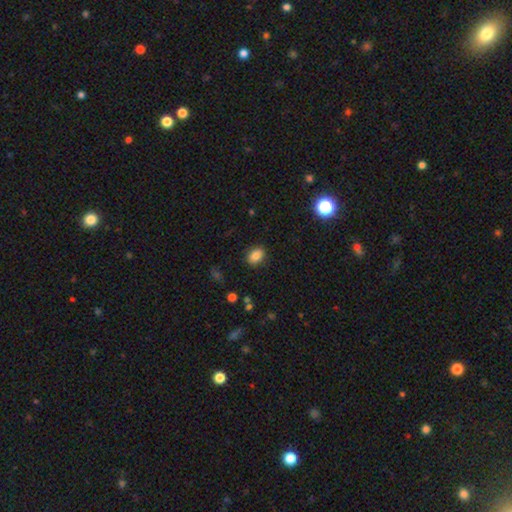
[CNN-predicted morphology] Smooth or featured? Predicted: smooth (p=0.83). How rounded? Predicted: in between (p=0.69). Merging? Predicted: none (p=0.88).